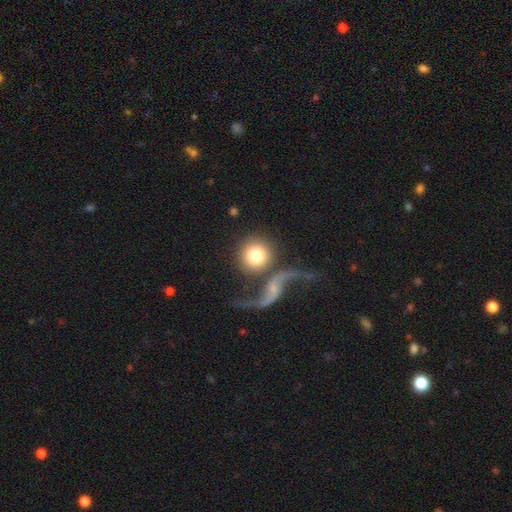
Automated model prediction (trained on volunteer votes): smooth_or_featured: smooth (p=0.63) [alt: featured or disk p=0.29]
how_rounded: round (p=0.92) [alt: in between p=0.06]
merging: none (p=0.57) [alt: merger p=0.23]